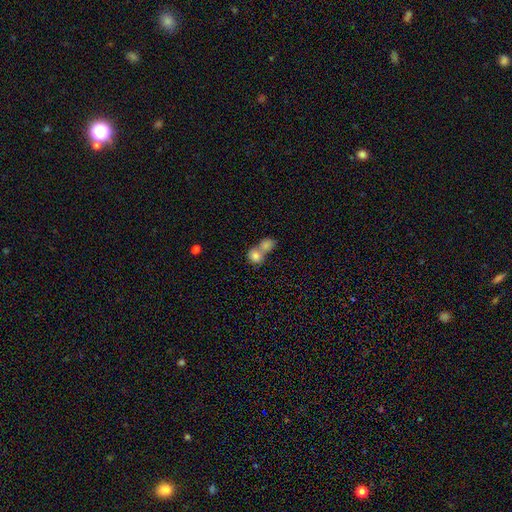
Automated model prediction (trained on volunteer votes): A smooth galaxy with no disk features (79%) that is round (67%). Merging: merger (71%).